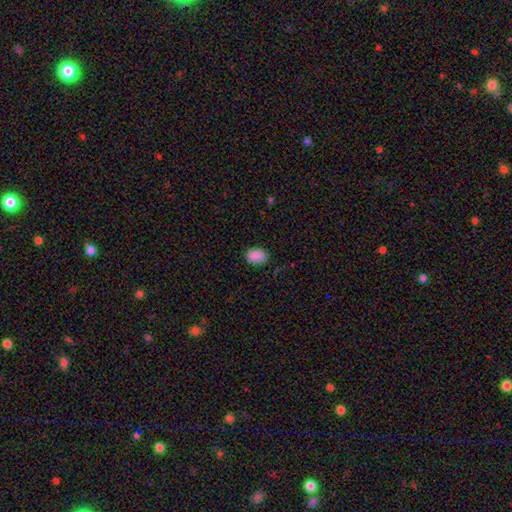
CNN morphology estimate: smooth-or-featured: smooth: 88% | star or artifact: 8% | featured or disk: 4%
  how-rounded: in between: 70% | round: 29% | cigar-shaped: 1%
  merging: none: 80% | minor disturbance: 15% | major disturbance: 3% | merger: 1%